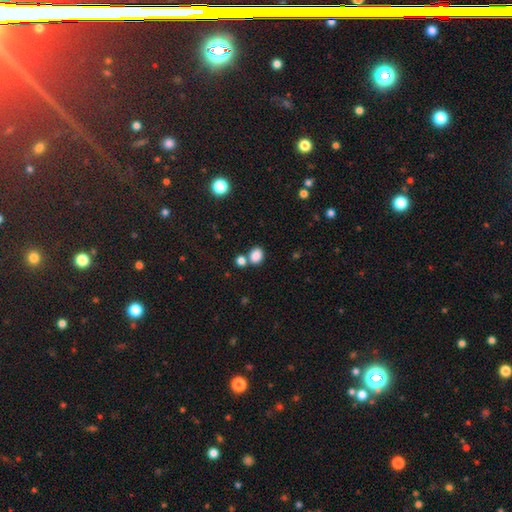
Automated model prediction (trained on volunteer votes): Morphology: type=smooth (85%); roundness=in between (55%); merging=none (60%).